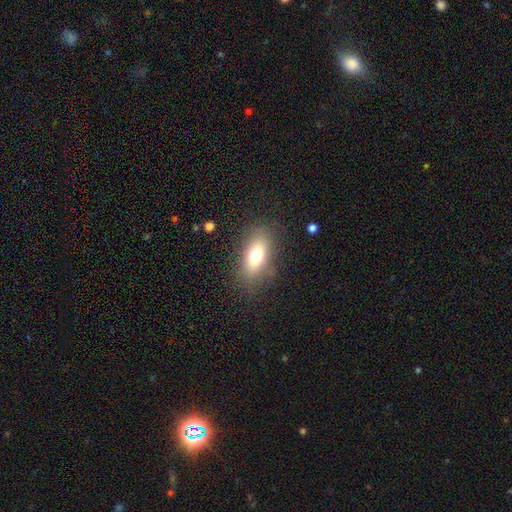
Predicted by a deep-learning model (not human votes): Smooth or featured?
  - smooth: 71% *
  - featured or disk: 19%
  - star or artifact: 10%
How rounded?
  - in between: 81% *
  - cigar-shaped: 11%
  - round: 8%
Merging?
  - none: 81% *
  - minor disturbance: 12%
  - major disturbance: 6%
  - merger: 1%